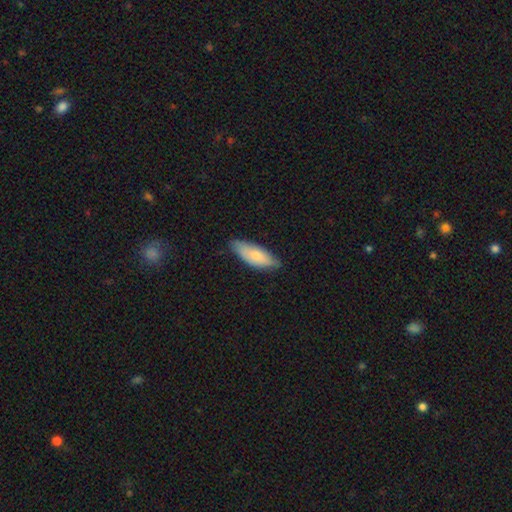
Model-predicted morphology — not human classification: smooth_or_featured: smooth (p=0.71) [alt: featured or disk p=0.23]
how_rounded: in between (p=0.74) [alt: cigar-shaped p=0.24]
merging: none (p=0.70) [alt: minor disturbance p=0.26]